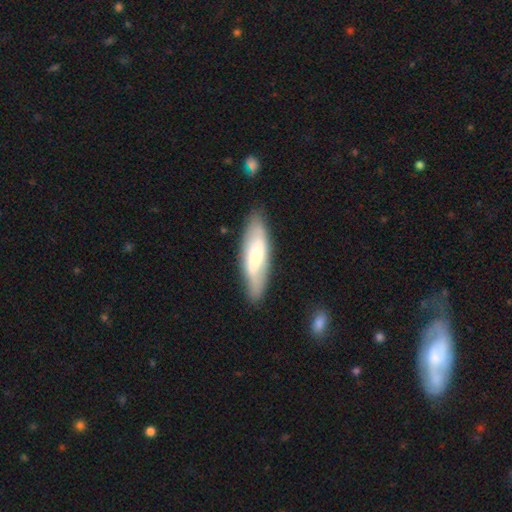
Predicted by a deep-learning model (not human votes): Overall: smooth (52%; featured or disk 43%). How rounded: cigar-shaped (49%, tied with in between). Merging: none (82%).